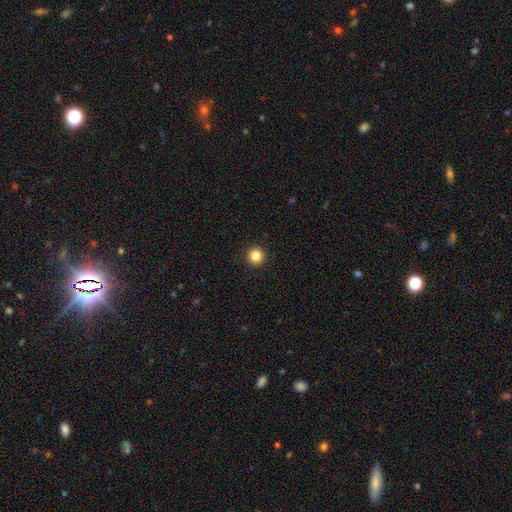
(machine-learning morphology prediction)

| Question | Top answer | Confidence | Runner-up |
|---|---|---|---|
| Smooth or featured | smooth | 85% | star or artifact (11%) |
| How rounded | round | 96% | in between (3%) |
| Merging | none | 94% | minor disturbance (4%) |